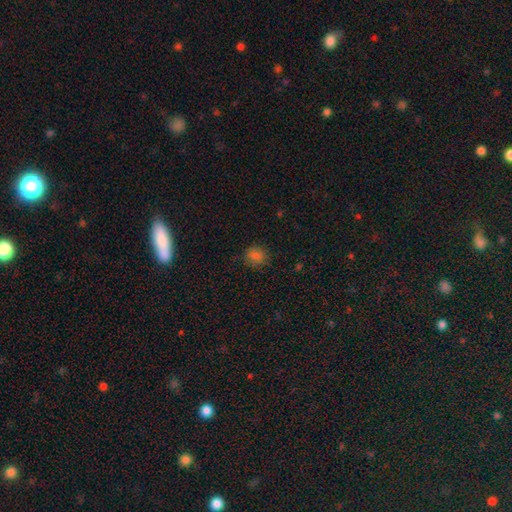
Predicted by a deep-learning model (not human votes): This is likely a smooth galaxy (78%). How rounded: clearly round (84%). Merging: clearly none (85%).